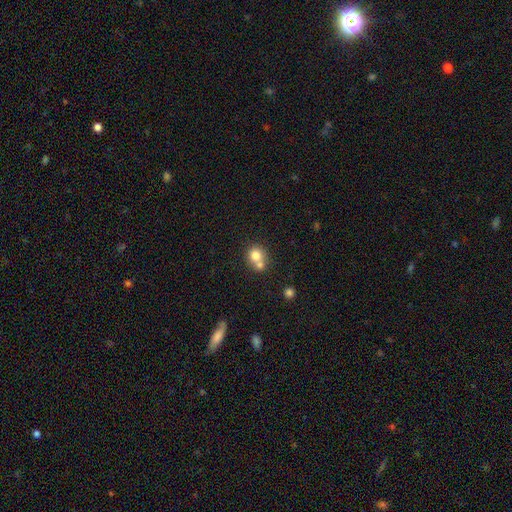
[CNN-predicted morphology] smooth-or-featured: smooth: 75% | featured or disk: 14% | star or artifact: 11%
  how-rounded: round: 82% | in between: 17% | cigar-shaped: 1%
  merging: merger: 50% | none: 40% | minor disturbance: 7% | major disturbance: 3%